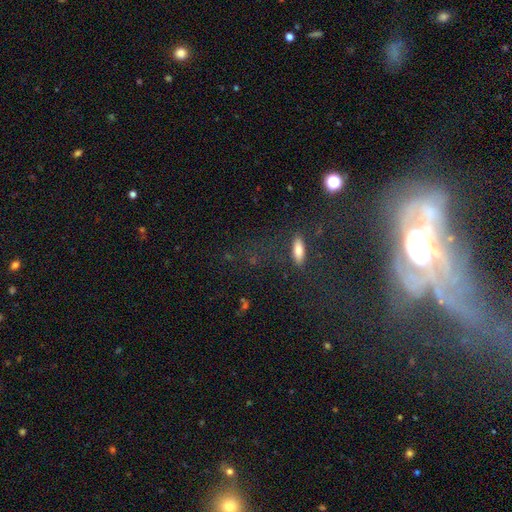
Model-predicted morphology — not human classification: type=featured or disk (57%); edge-on=no (83%); merging=major disturbance (32%).